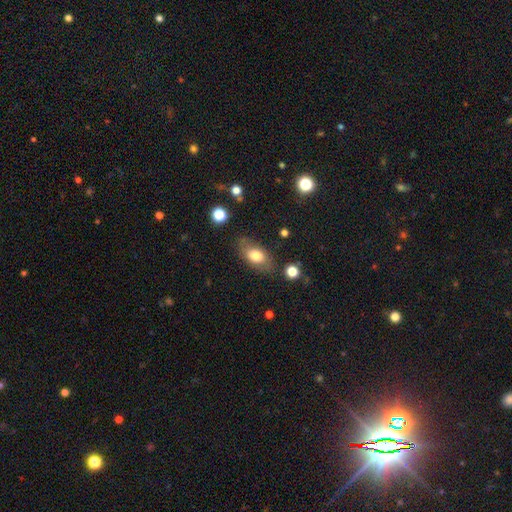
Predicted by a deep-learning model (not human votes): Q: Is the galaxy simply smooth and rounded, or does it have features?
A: smooth — 73%.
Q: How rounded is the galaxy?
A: in between — 87%.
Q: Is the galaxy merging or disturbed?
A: none — 74%.